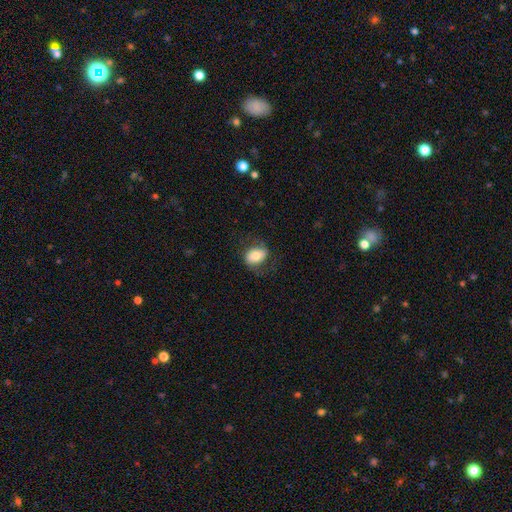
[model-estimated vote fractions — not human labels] This is likely a smooth galaxy (65%). How rounded: likely in between (72%). Merging: likely none (69%).